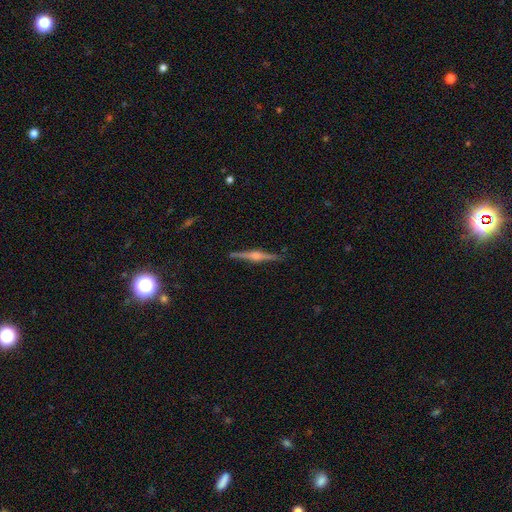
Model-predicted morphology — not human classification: The model was most divided on "smooth or featured": featured or disk: 83%, smooth: 11%, star or artifact: 6%. More confident: edge-on disk — yes (98%); edge-on bulge — rounded (90%); merging — none (90%).